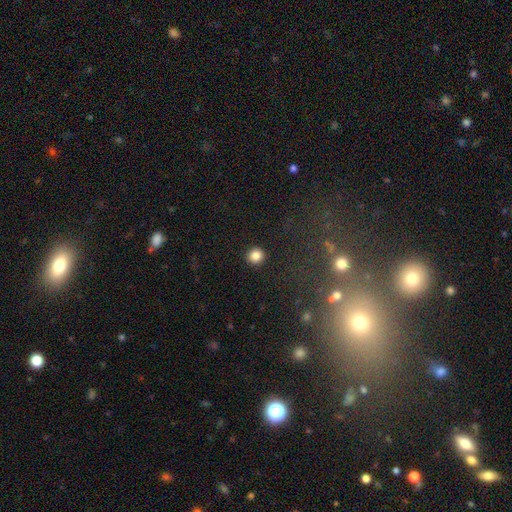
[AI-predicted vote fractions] smooth-or-featured: smooth: 84% | star or artifact: 12% | featured or disk: 5%
  how-rounded: round: 94% | in between: 5% | cigar-shaped: 1%
  merging: none: 93% | minor disturbance: 4% | major disturbance: 2% | merger: 1%